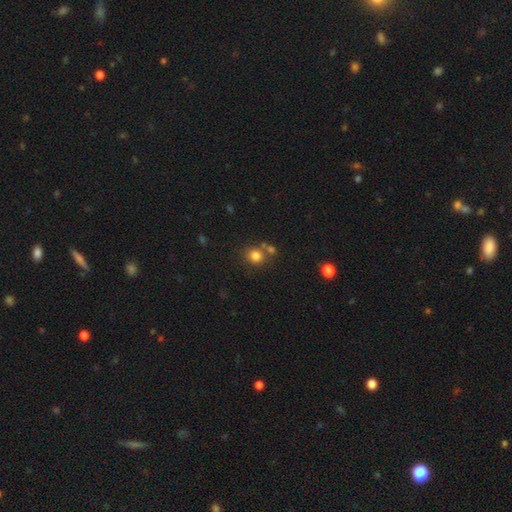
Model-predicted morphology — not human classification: The model was most divided on "merging": none: 65%, merger: 20%, minor disturbance: 10%, major disturbance: 4%. More confident: smooth or featured — smooth (80%); how rounded — round (79%).